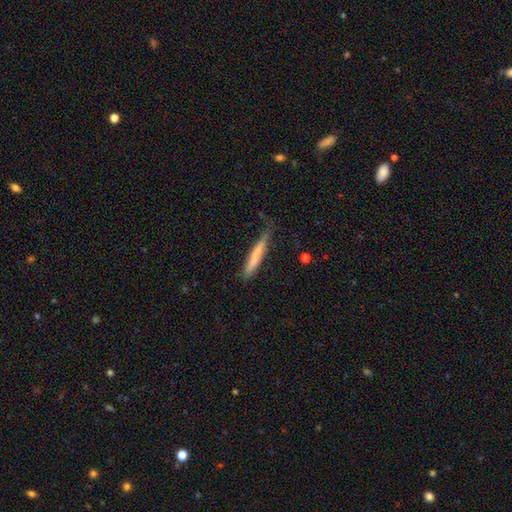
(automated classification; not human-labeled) Q: Smooth or featured?
A: smooth (69%); runner-up: featured or disk (26%)
Q: How rounded?
A: cigar-shaped (95%); runner-up: in between (4%)
Q: Merging?
A: none (69%); runner-up: minor disturbance (25%)